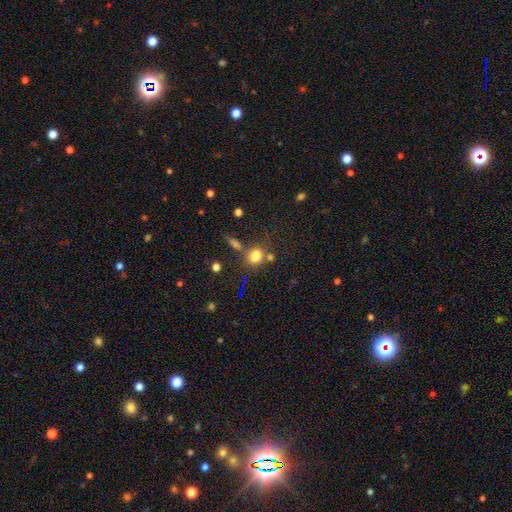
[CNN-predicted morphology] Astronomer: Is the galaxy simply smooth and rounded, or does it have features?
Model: smooth — 75%.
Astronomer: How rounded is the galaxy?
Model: round — 49% (runner-up: in between, 48%).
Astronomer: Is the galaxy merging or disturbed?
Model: none — 56%.